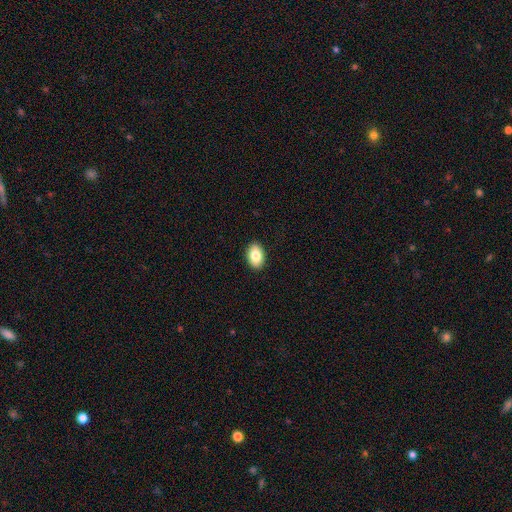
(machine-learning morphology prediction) type=smooth (83%); roundness=in between (88%); merging=none (91%).